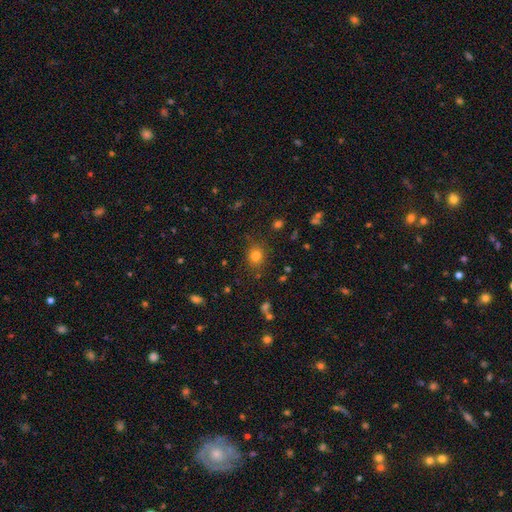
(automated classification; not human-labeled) A smooth galaxy with no disk features (79%) that is round (76%).

Vote fractions:
- Smooth or featured? smooth: 79% / star or artifact: 15% / featured or disk: 6%
- How rounded? round: 76% / in between: 23% / cigar-shaped: 1%
- Merging? none: 83% / minor disturbance: 10% / major disturbance: 4% / merger: 3%